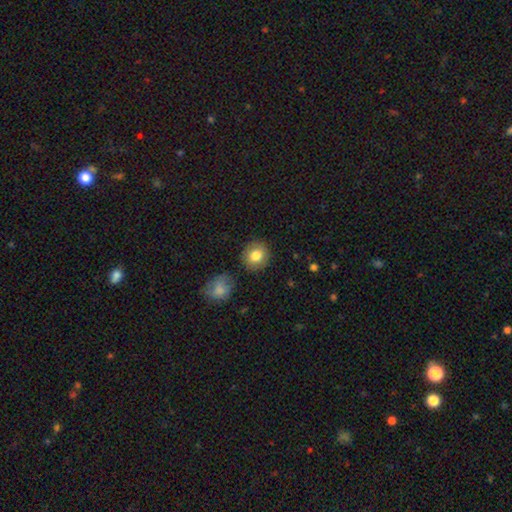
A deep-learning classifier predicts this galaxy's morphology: Q: Smooth or featured?
A: smooth (80%); runner-up: featured or disk (12%)
Q: How rounded?
A: round (77%); runner-up: in between (22%)
Q: Merging?
A: none (85%); runner-up: minor disturbance (10%)